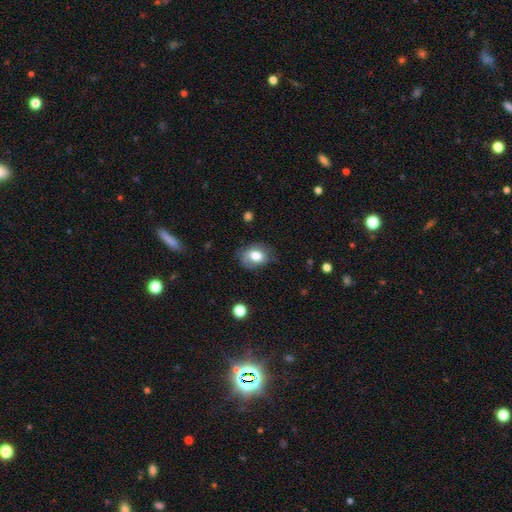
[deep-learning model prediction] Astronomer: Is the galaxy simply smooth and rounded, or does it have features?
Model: smooth — 74%.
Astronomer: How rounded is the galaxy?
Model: in between — 70%.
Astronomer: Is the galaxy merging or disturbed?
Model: none — 64%.